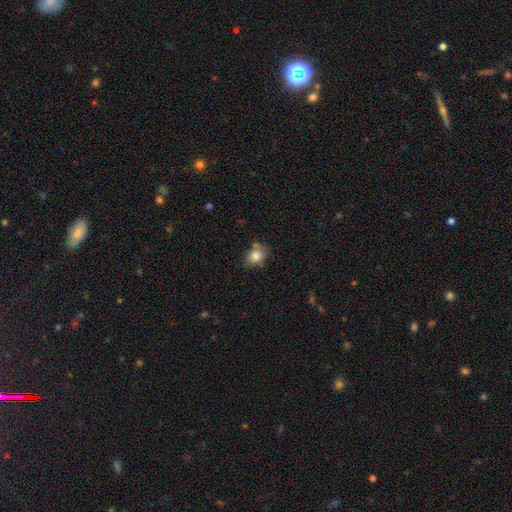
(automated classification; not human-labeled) smooth-or-featured: smooth: 82% | star or artifact: 9% | featured or disk: 9%
  how-rounded: in between: 54% | round: 44% | cigar-shaped: 1%
  merging: none: 63% | minor disturbance: 23% | merger: 9% | major disturbance: 5%